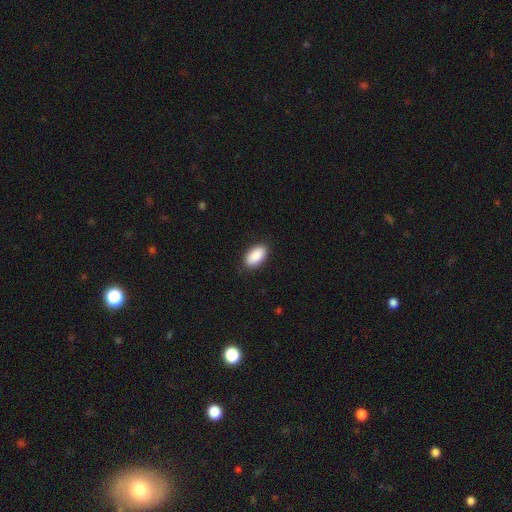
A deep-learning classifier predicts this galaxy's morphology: smooth-or-featured: smooth: 91% | star or artifact: 6% | featured or disk: 3%
  how-rounded: in between: 95% | round: 3% | cigar-shaped: 2%
  merging: none: 88% | minor disturbance: 9% | major disturbance: 2% | merger: 1%